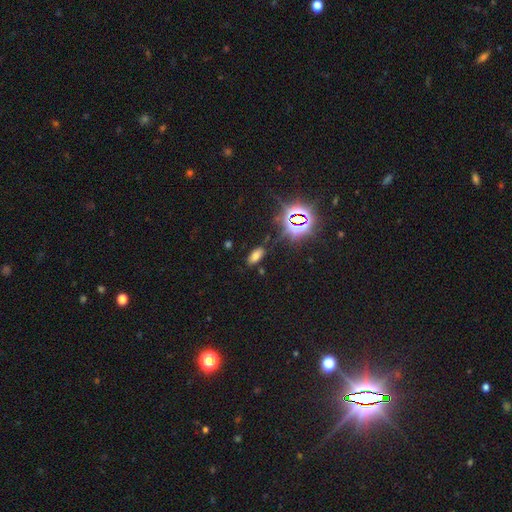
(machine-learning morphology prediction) Smooth or featured? Predicted: smooth (p=0.59). How rounded? Predicted: in between (p=0.89). Merging? Predicted: none (p=0.82).